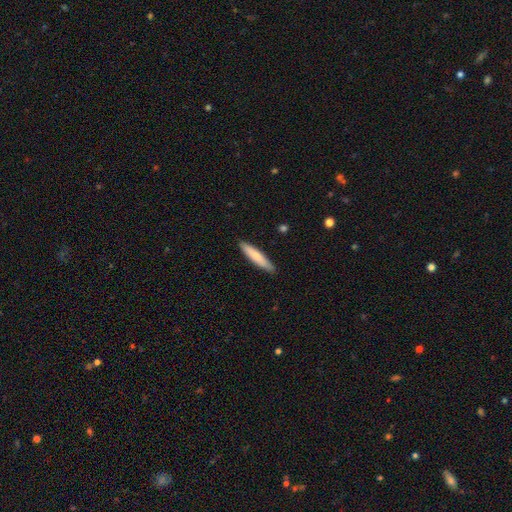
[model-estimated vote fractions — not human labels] smooth-or-featured: smooth: 76% | featured or disk: 19% | star or artifact: 5%
  how-rounded: cigar-shaped: 88% | in between: 11% | round: 1%
  merging: none: 89% | minor disturbance: 8% | major disturbance: 1% | merger: 1%